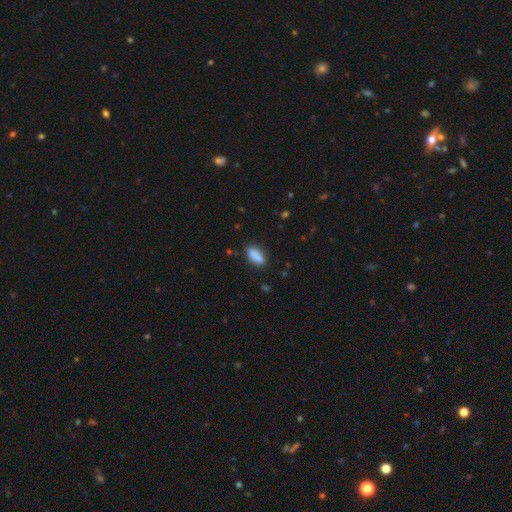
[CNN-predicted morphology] smooth_or_featured: smooth (p=0.87) [alt: star or artifact p=0.07]
how_rounded: in between (p=0.71) [alt: cigar-shaped p=0.26]
merging: none (p=0.82) [alt: minor disturbance p=0.12]